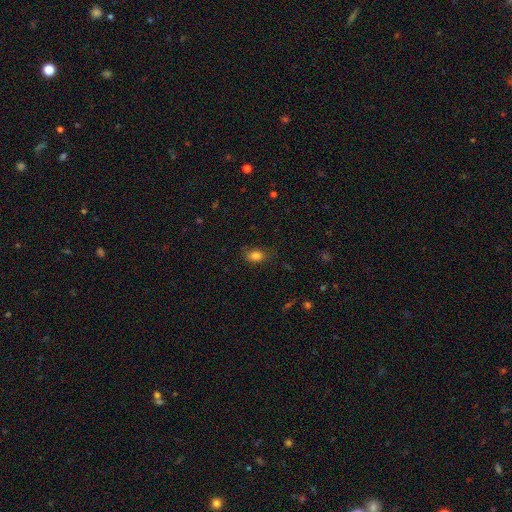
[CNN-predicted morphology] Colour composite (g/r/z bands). It shows a smooth galaxy with no disk features (83%) that is in between round and cigar-shaped (83%). Merging: none (74%).